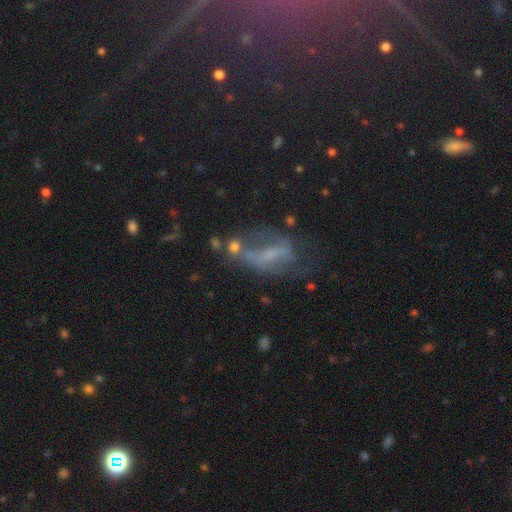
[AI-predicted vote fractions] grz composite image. It shows a featured or disk galaxy (40%). Merging: none (41%).